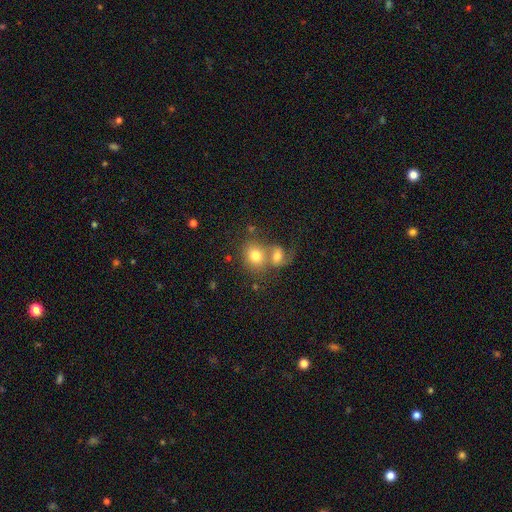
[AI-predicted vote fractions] Smooth or featured? smooth (71%)
How rounded? round (61%)
Merging? merger (56%)